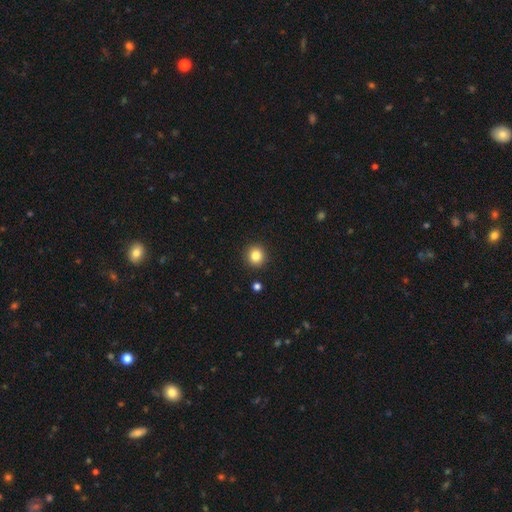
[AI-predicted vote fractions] Q: Smooth or featured?
A: smooth (84%); runner-up: star or artifact (11%)
Q: How rounded?
A: round (92%); runner-up: in between (7%)
Q: Merging?
A: none (91%); runner-up: minor disturbance (5%)